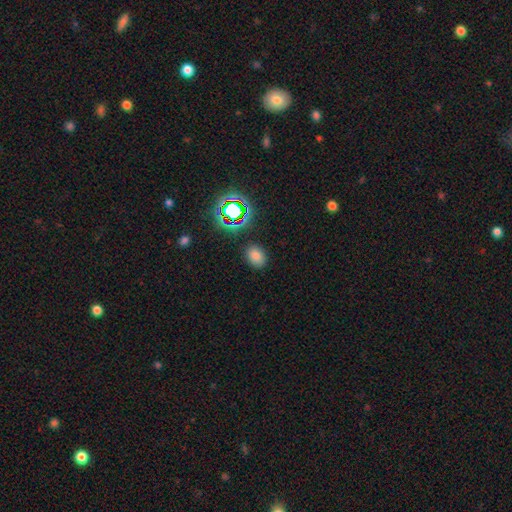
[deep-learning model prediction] Overall: smooth (75%). How rounded: in between (68%; round 30%). Merging: none (86%).